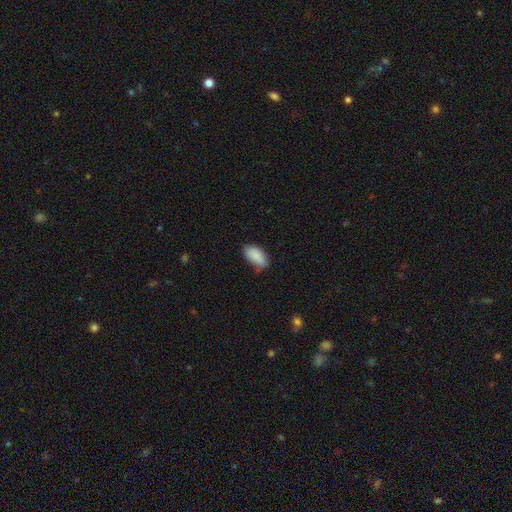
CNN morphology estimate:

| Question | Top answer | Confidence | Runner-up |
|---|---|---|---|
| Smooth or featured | smooth | 88% | star or artifact (7%) |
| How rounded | in between | 94% | cigar-shaped (3%) |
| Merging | none | 70% | minor disturbance (24%) |